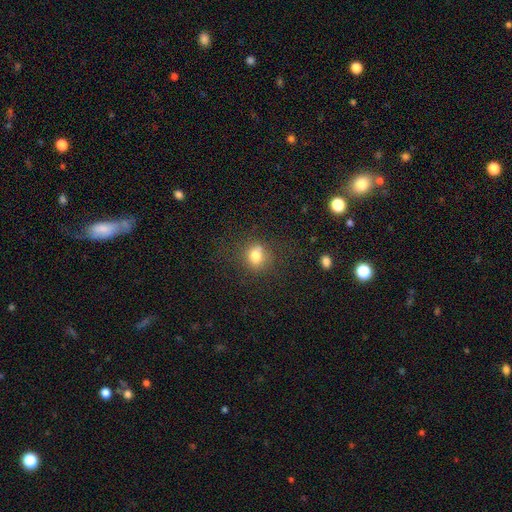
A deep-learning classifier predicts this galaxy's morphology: smooth_or_featured: smooth (p=0.77) [alt: star or artifact p=0.14]
how_rounded: round (p=0.77) [alt: in between p=0.22]
merging: none (p=0.70) [alt: minor disturbance p=0.15]